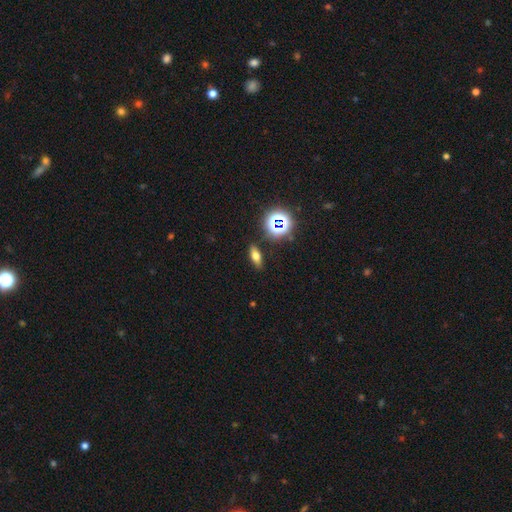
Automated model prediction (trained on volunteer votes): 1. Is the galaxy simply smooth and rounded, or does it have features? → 60% smooth, 21% star or artifact, 19% featured or disk.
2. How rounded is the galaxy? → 67% in between, 23% cigar-shaped, 10% round.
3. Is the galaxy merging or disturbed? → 87% none, 8% minor disturbance, 3% major disturbance, 2% merger.